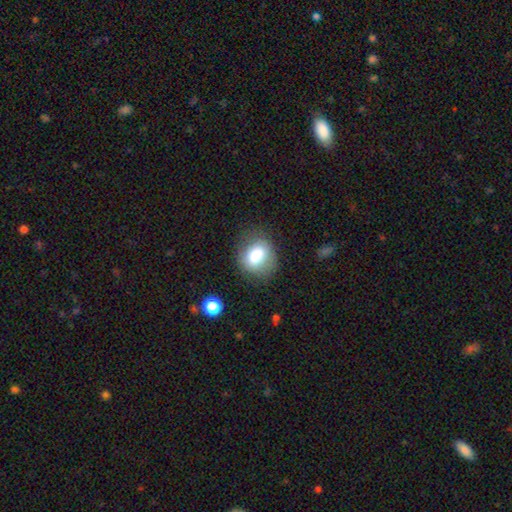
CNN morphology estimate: The model was most divided on "how rounded": round: 56%, in between: 43%, cigar-shaped: 1%. More confident: smooth or featured — smooth (78%); merging — none (67%).